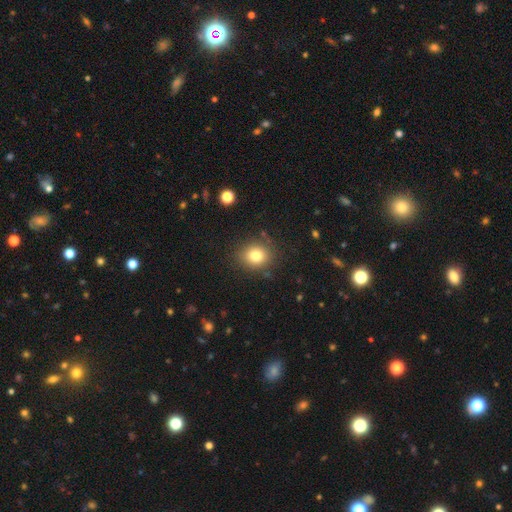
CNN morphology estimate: Overall: smooth (79%). How rounded: round (75%). Merging: none (85%).